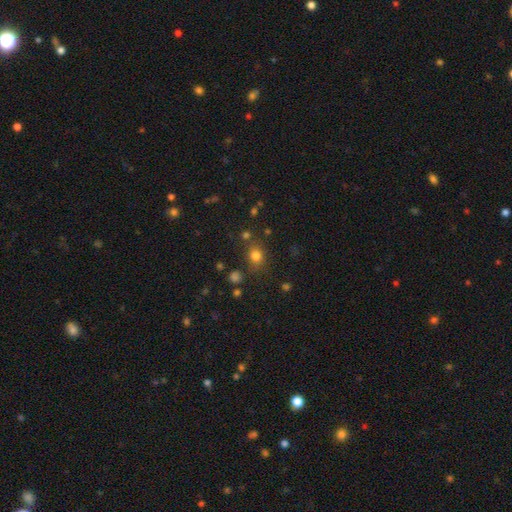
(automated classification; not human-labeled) smooth-or-featured: smooth: 77% | star or artifact: 16% | featured or disk: 7%
  how-rounded: round: 67% | in between: 31% | cigar-shaped: 1%
  merging: none: 75% | minor disturbance: 13% | merger: 6% | major disturbance: 5%